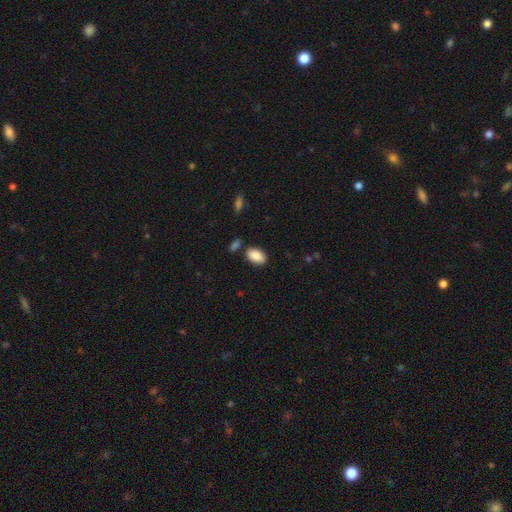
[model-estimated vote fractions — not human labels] A smooth galaxy with no disk features (89%) that is in between round and cigar-shaped (93%).

Vote fractions:
- Smooth or featured? smooth: 89% / star or artifact: 7% / featured or disk: 4%
- How rounded? in between: 93% / round: 6% / cigar-shaped: 2%
- Merging? none: 78% / minor disturbance: 12% / merger: 7% / major disturbance: 3%